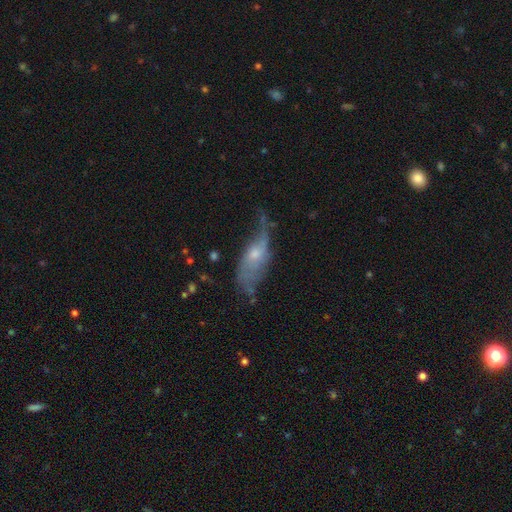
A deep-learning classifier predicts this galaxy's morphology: Smooth or featured? Predicted: featured or disk (p=0.62). Edge-on disk? Predicted: no (p=0.82). Bar? Predicted: no (p=0.73). Spiral arms? Predicted: yes (p=0.67). Bulge size? Predicted: small (p=0.53). Merging? Predicted: none (p=0.38).